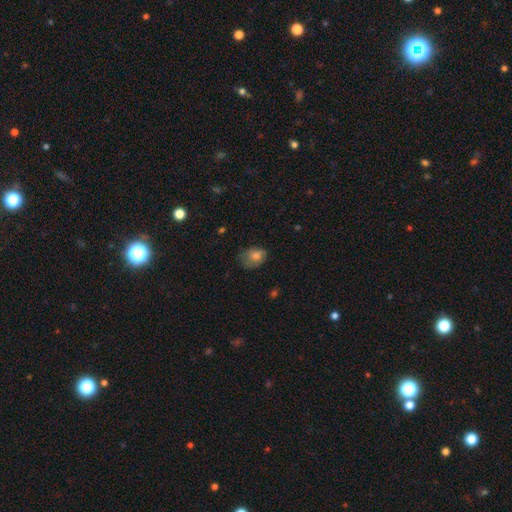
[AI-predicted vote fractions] The model was most divided on "how rounded": in between: 59%, round: 40%, cigar-shaped: 1%. More confident: smooth or featured — smooth (73%); merging — none (53%).